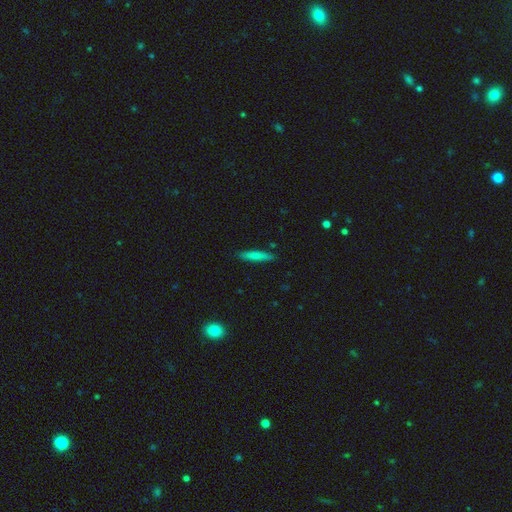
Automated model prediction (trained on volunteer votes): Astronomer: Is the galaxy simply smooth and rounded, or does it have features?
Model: smooth — 77%.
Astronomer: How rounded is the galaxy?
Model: cigar-shaped — 89%.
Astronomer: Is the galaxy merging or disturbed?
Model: none — 88%.